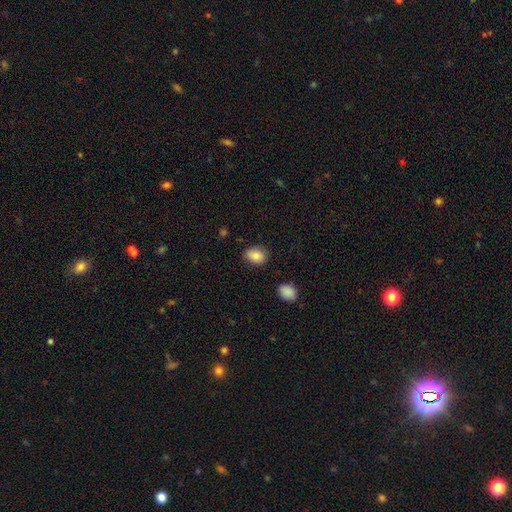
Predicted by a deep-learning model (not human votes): Smooth or featured? Predicted: smooth (p=0.85). How rounded? Predicted: in between (p=0.64). Merging? Predicted: none (p=0.81).